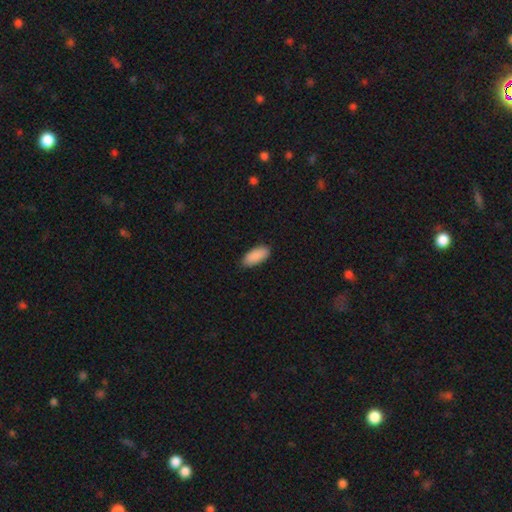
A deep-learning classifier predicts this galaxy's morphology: Smooth or featured?
  - smooth: 90% *
  - star or artifact: 6%
  - featured or disk: 3%
How rounded?
  - in between: 87% *
  - cigar-shaped: 11%
  - round: 2%
Merging?
  - none: 86% *
  - minor disturbance: 11%
  - major disturbance: 2%
  - merger: 1%